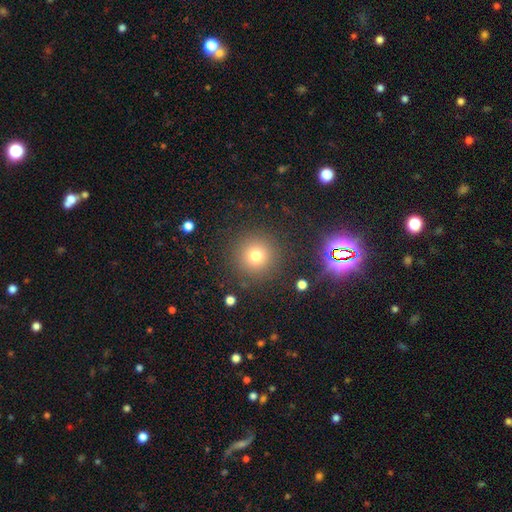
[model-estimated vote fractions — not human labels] Smooth or featured?
  - smooth: 73% *
  - star or artifact: 18%
  - featured or disk: 9%
How rounded?
  - round: 95% *
  - in between: 4%
  - cigar-shaped: 1%
Merging?
  - none: 88% *
  - minor disturbance: 7%
  - major disturbance: 3%
  - merger: 2%